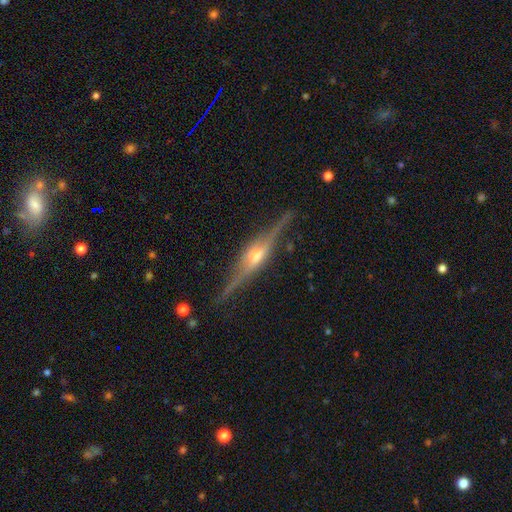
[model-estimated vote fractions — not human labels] Smooth or featured? featured or disk (87%)
Edge-on disk? yes (97%)
Edge-on bulge? rounded (84%)
Merging? none (86%)